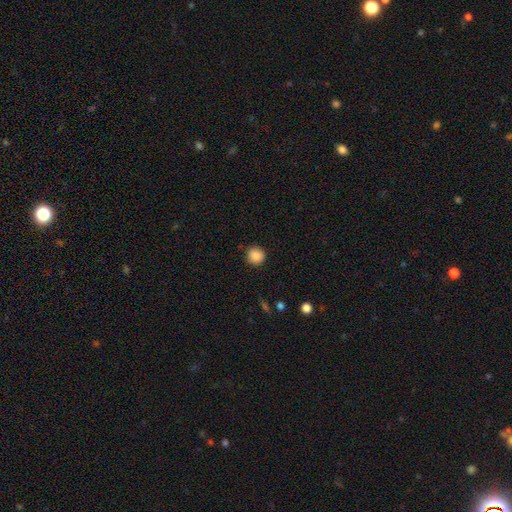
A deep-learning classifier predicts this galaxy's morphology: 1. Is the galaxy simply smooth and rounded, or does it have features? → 88% smooth, 9% star or artifact, 3% featured or disk.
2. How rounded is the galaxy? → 92% round, 7% in between, 1% cigar-shaped.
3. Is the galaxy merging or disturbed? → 91% none, 6% minor disturbance, 2% major disturbance, 1% merger.